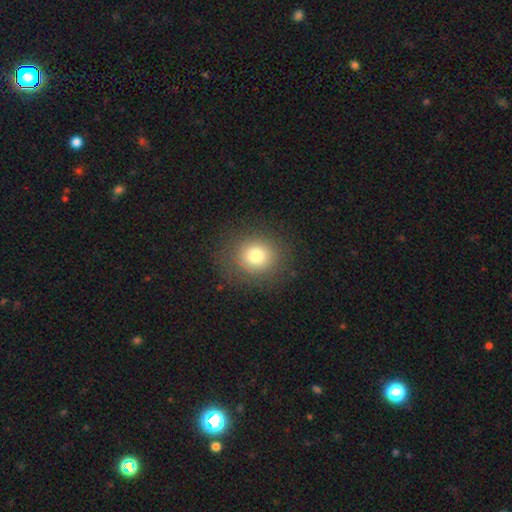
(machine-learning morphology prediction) Smooth or featured? smooth (77%)
How rounded? round (84%)
Merging? none (84%)